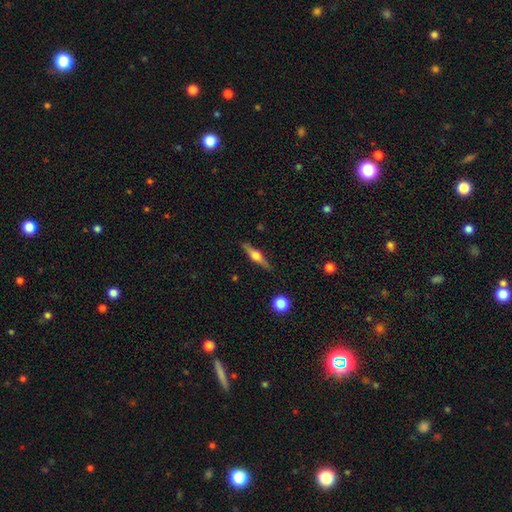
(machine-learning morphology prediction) smooth_or_featured: featured or disk (p=0.66) [alt: smooth p=0.28]
disk_edge_on: yes (p=0.97) [alt: no p=0.03]
edge_on_bulge: rounded (p=0.93) [alt: boxy p=0.05]
merging: none (p=0.87) [alt: minor disturbance p=0.10]